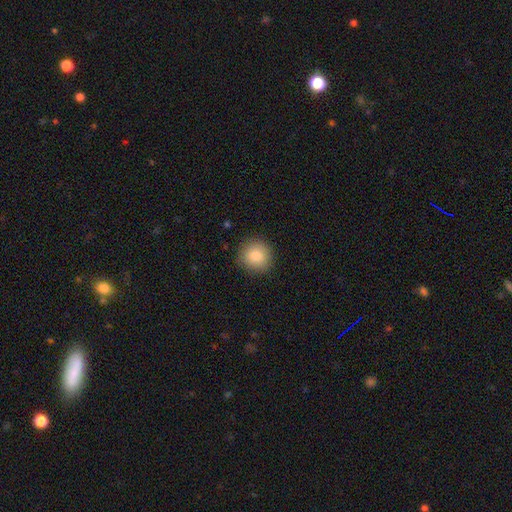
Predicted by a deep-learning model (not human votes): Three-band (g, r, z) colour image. It shows a smooth galaxy with no disk features (84%) that is round (92%). Merging: none (88%).